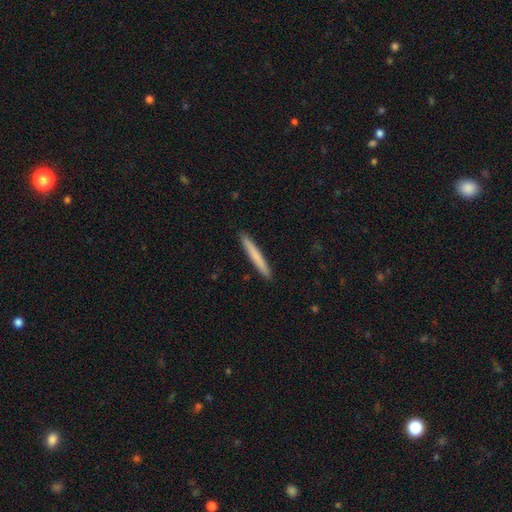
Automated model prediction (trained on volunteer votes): Overall: smooth (72%). How rounded: cigar-shaped (97%). Merging: none (93%).